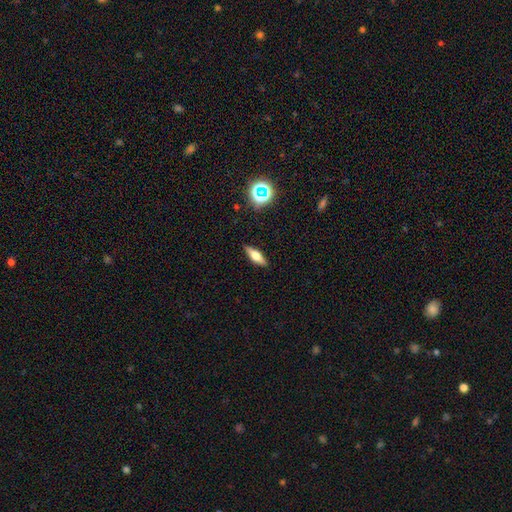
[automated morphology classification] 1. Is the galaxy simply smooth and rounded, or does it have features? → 51% smooth, 39% featured or disk, 10% star or artifact.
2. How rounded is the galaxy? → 53% in between, 44% cigar-shaped, 4% round.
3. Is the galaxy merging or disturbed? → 88% none, 9% minor disturbance, 2% major disturbance, 1% merger.